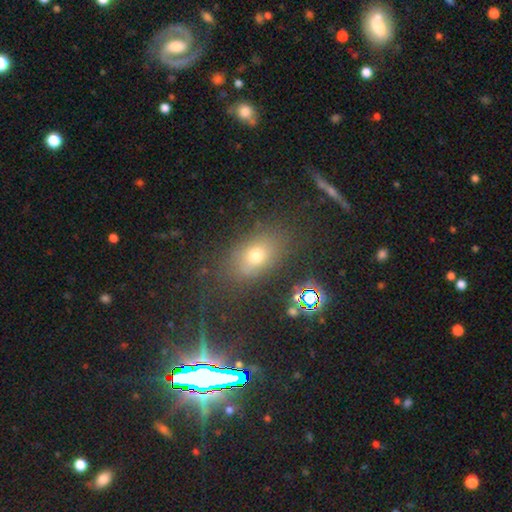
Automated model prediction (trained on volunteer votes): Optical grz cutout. It shows a smooth galaxy with no disk features (61%) that is in between round and cigar-shaped (71%). Merging: none (79%).